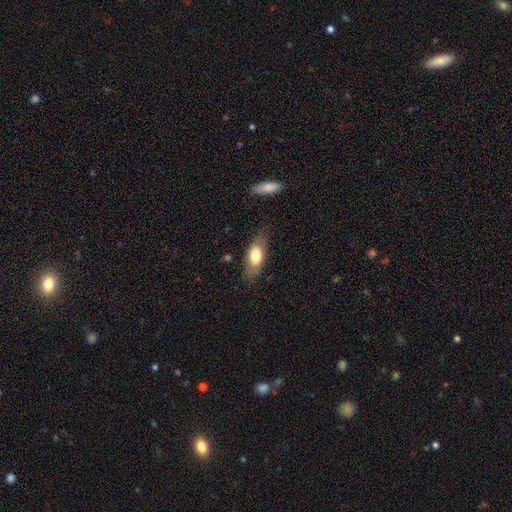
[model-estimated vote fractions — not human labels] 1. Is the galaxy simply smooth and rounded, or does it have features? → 71% smooth, 22% featured or disk, 7% star or artifact.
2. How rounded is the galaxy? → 81% in between, 14% cigar-shaped, 4% round.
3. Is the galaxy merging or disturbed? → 76% none, 17% minor disturbance, 5% major disturbance, 2% merger.